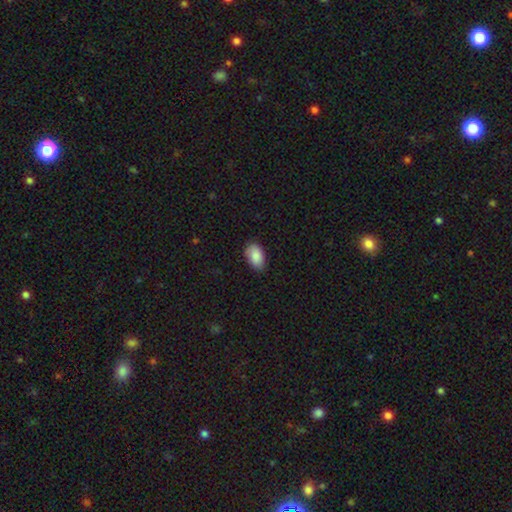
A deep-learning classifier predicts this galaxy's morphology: Smooth or featured? smooth (87%)
How rounded? in between (92%)
Merging? none (79%)